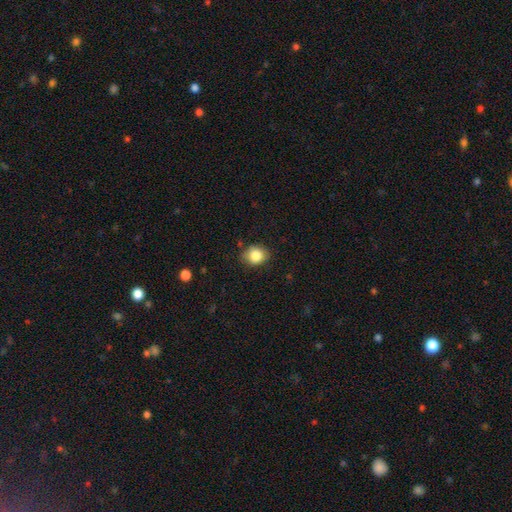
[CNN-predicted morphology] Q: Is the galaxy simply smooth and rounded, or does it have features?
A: smooth — 84%.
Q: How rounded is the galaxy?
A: round — 60%.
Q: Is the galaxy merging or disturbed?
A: none — 80%.